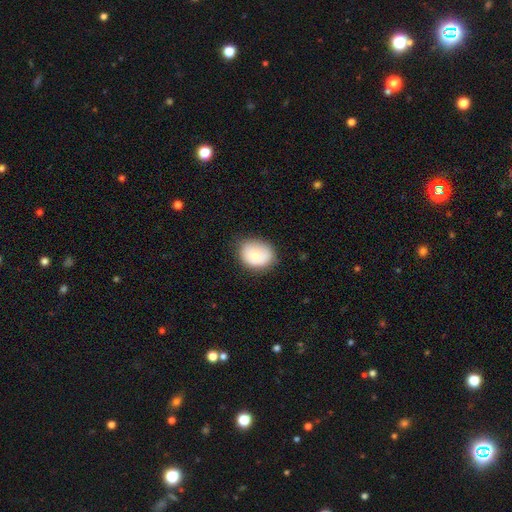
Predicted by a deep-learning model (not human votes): A smooth galaxy with no disk features (75%) that is round (52%).

Vote fractions:
- Smooth or featured? smooth: 75% / featured or disk: 17% / star or artifact: 8%
- How rounded? round: 52% / in between: 47% / cigar-shaped: 1%
- Merging? none: 72% / minor disturbance: 21% / major disturbance: 5% / merger: 1%